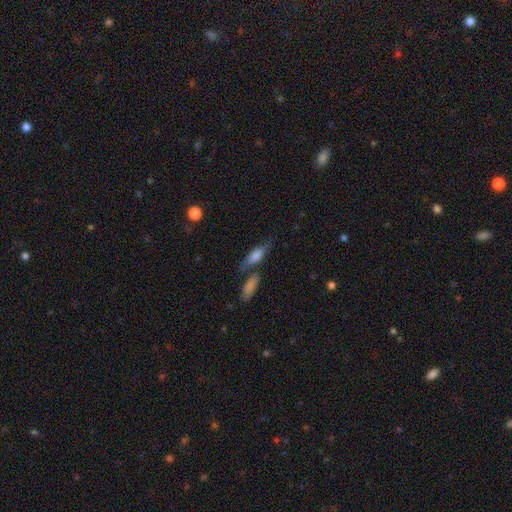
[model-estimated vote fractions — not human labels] Overall: smooth (62%; featured or disk 30%). How rounded: in between (55%; cigar-shaped 41%). Merging: none (54%; merger 24%).